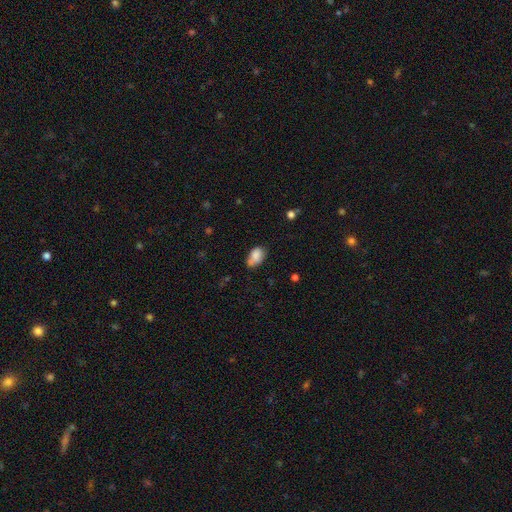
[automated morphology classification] smooth_or_featured: smooth (p=0.81) [alt: featured or disk p=0.10]
how_rounded: in between (p=0.86) [alt: round p=0.13]
merging: none (p=0.46) [alt: minor disturbance p=0.32]